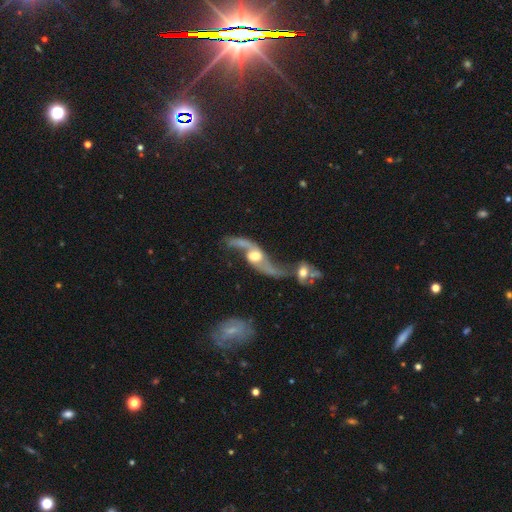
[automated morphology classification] Smooth or featured: featured or disk — 86% (smooth — 8%)
Edge-on disk: no — 91% (yes — 9%)
Bar: no — 55% (weak — 32%)
Spiral arms: yes — 92% (no — 8%)
Spiral winding: loose — 89% (medium — 9%)
Spiral arm count: 2 — 92% (1 — 3%)
Bulge size: moderate — 63% (small — 18%)
Merging: merger — 40% (none — 32%)